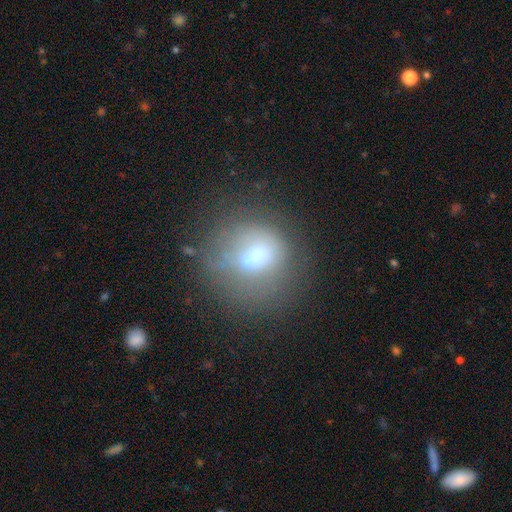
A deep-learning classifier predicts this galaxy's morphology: This appears to be a smooth galaxy with no disk features (57%) that is round (79%). Merging: none (48%).